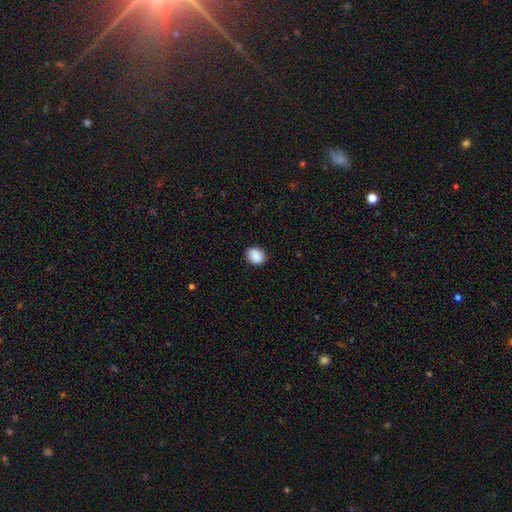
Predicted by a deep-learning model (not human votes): This is clearly a smooth galaxy (89%). How rounded: possibly round (51%). Merging: clearly none (88%).